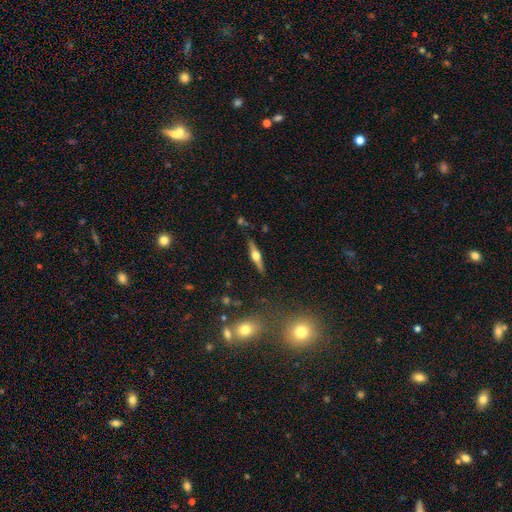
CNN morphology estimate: The model was most divided on "smooth or featured": featured or disk: 71%, smooth: 23%, star or artifact: 6%. More confident: edge-on disk — yes (97%); edge-on bulge — rounded (93%); merging — none (87%).